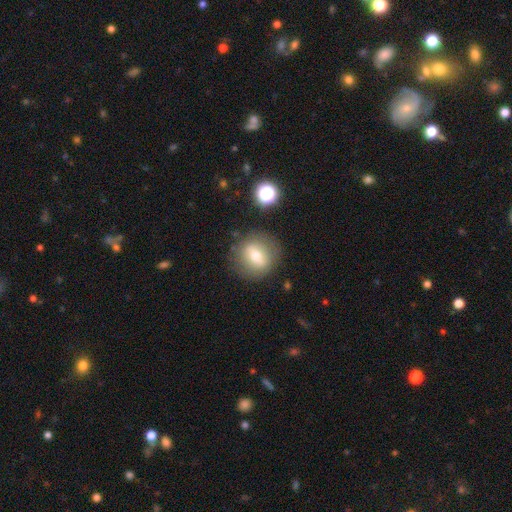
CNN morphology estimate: Smooth or featured? Predicted: smooth (p=0.55). How rounded? Predicted: round (p=0.81). Merging? Predicted: none (p=0.82).